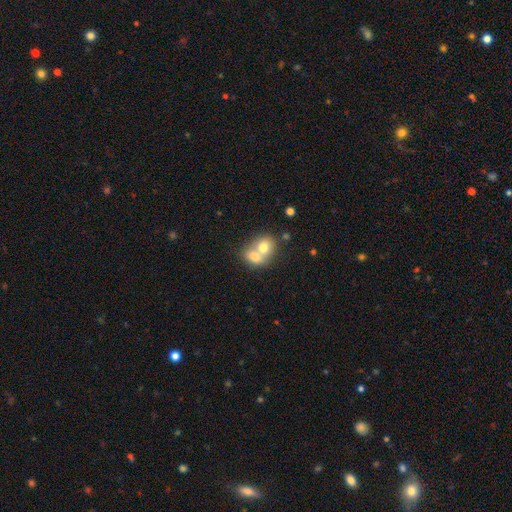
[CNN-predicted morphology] Smooth or featured?
  - smooth: 67% *
  - featured or disk: 24%
  - star or artifact: 9%
How rounded?
  - round: 56% *
  - in between: 43%
  - cigar-shaped: 1%
Merging?
  - merger: 74% *
  - none: 18%
  - minor disturbance: 5%
  - major disturbance: 3%